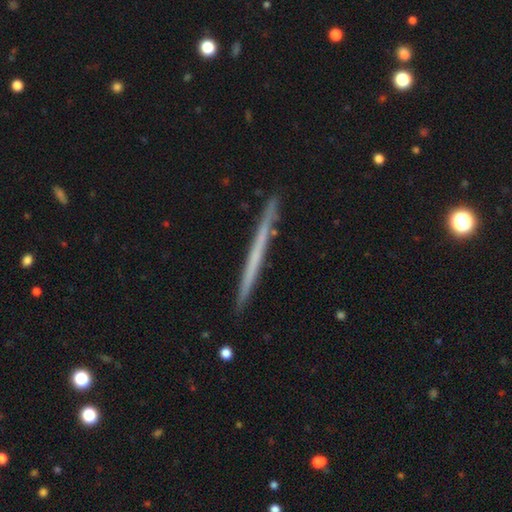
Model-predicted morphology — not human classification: smooth_or_featured: featured or disk (p=0.54) [alt: smooth p=0.39]
disk_edge_on: yes (p=0.97) [alt: no p=0.03]
edge_on_bulge: none (p=0.92) [alt: rounded p=0.06]
merging: none (p=0.91) [alt: minor disturbance p=0.07]